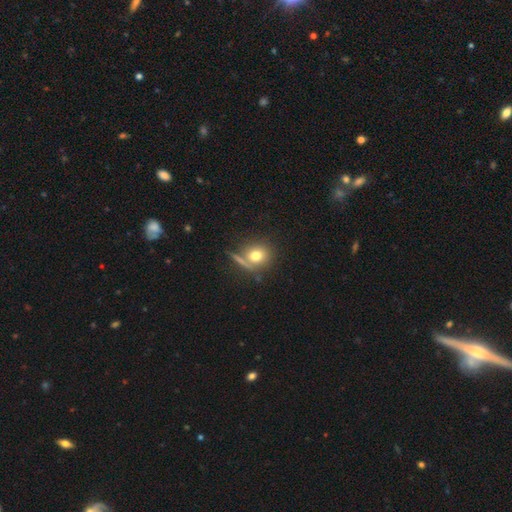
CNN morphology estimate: Smooth or featured? smooth (73%)
How rounded? round (84%)
Merging? none (65%)